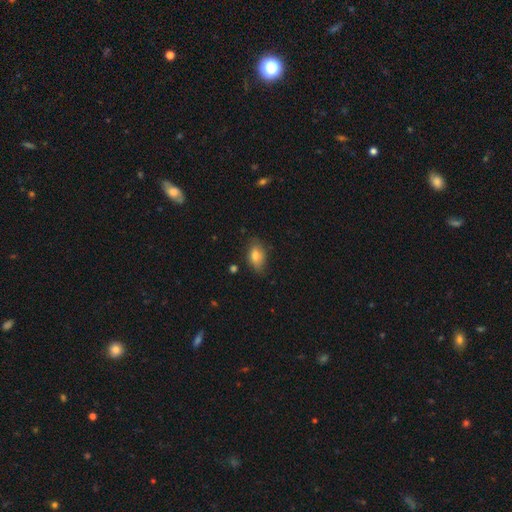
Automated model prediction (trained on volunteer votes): smooth_or_featured: smooth (p=0.78) [alt: featured or disk p=0.13]
how_rounded: in between (p=0.88) [alt: round p=0.08]
merging: none (p=0.71) [alt: minor disturbance p=0.23]